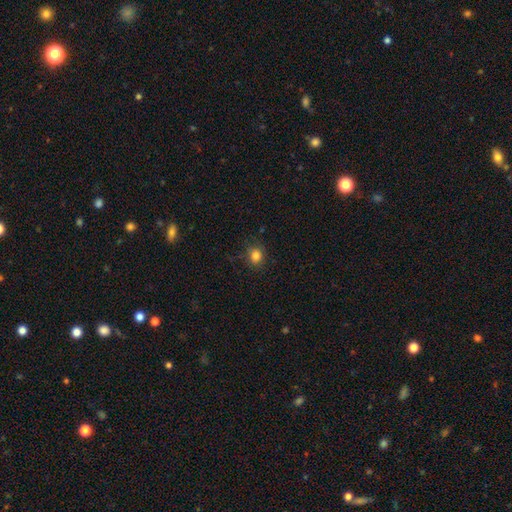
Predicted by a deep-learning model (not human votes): Smooth or featured?
  - smooth: 83% *
  - star or artifact: 12%
  - featured or disk: 5%
How rounded?
  - round: 75% *
  - in between: 25%
  - cigar-shaped: 1%
Merging?
  - none: 81% *
  - minor disturbance: 14%
  - major disturbance: 4%
  - merger: 1%